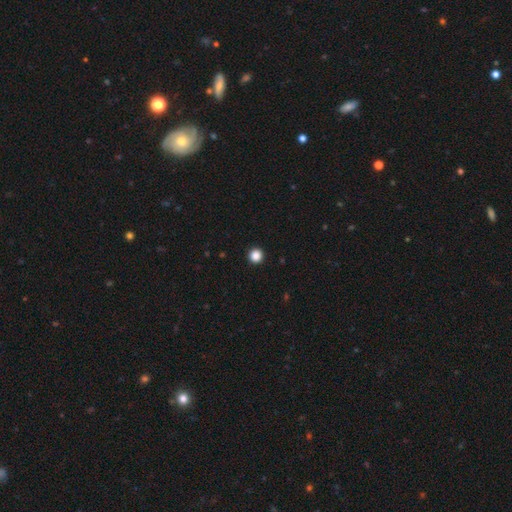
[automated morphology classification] Smooth or featured: smooth — 87% (star or artifact — 11%)
How rounded: round — 96% (in between — 3%)
Merging: none — 94% (minor disturbance — 3%)